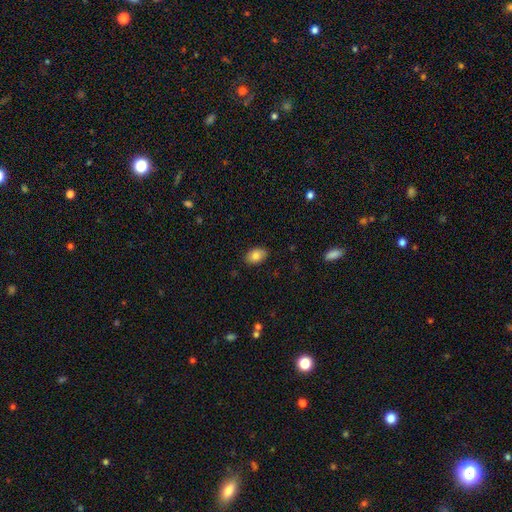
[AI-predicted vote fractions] Smooth or featured? Predicted: smooth (p=0.84). How rounded? Predicted: in between (p=0.87). Merging? Predicted: none (p=0.86).